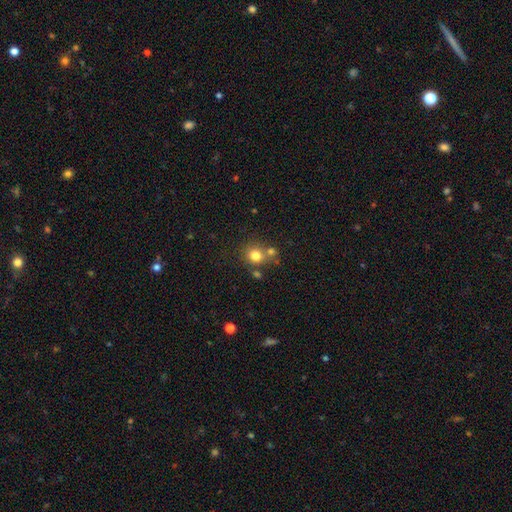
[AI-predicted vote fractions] Morphology: type=smooth (79%); roundness=round (83%); merging=none (60%).